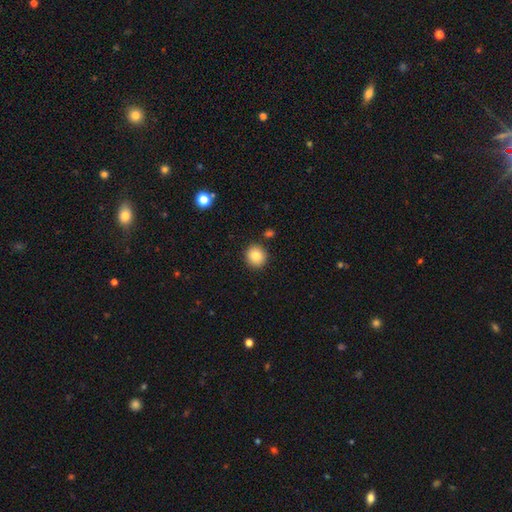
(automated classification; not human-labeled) The model was most divided on "smooth or featured": smooth: 83%, star or artifact: 10%, featured or disk: 8%. More confident: how rounded — round (90%); merging — none (89%).